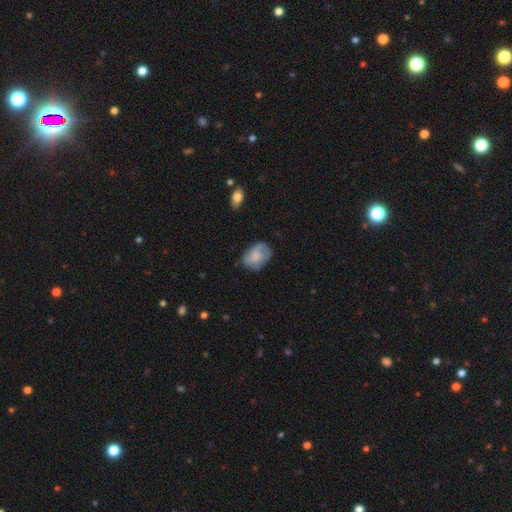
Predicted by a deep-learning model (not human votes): smooth_or_featured: smooth (p=0.62) [alt: featured or disk p=0.31]
how_rounded: in between (p=0.74) [alt: round p=0.25]
merging: none (p=0.58) [alt: minor disturbance p=0.29]